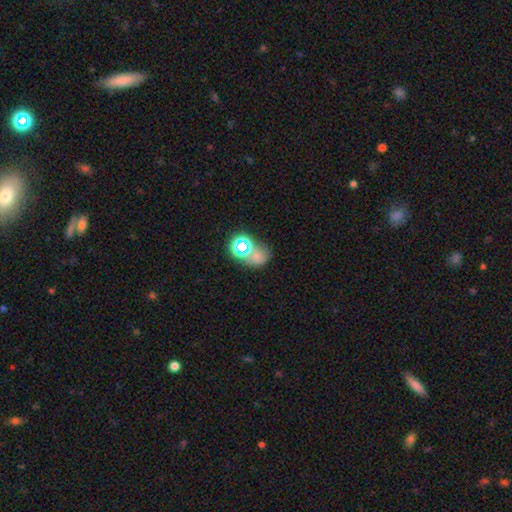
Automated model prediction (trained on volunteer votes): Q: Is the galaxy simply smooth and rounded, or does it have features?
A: smooth — 51%.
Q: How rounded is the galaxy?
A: round — 50%.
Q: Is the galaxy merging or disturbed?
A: none — 44%.